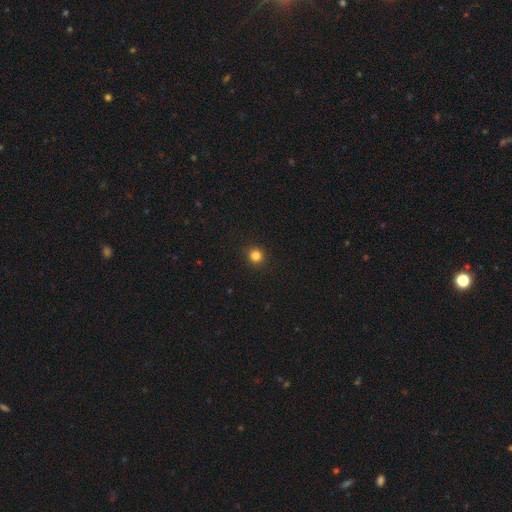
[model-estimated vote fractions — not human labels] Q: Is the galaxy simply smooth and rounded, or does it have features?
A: smooth — 83%.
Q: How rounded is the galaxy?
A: round — 94%.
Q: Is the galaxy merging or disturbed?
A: none — 93%.